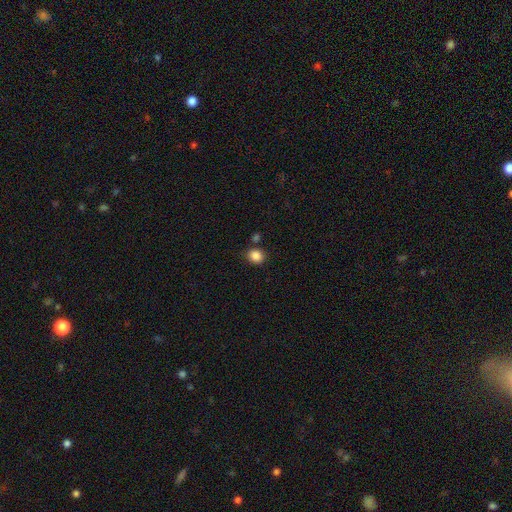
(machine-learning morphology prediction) A smooth galaxy with no disk features (86%) that is round (70%).

Vote fractions:
- Smooth or featured? smooth: 86% / star or artifact: 10% / featured or disk: 4%
- How rounded? round: 70% / in between: 29% / cigar-shaped: 1%
- Merging? none: 79% / minor disturbance: 11% / merger: 7% / major disturbance: 3%